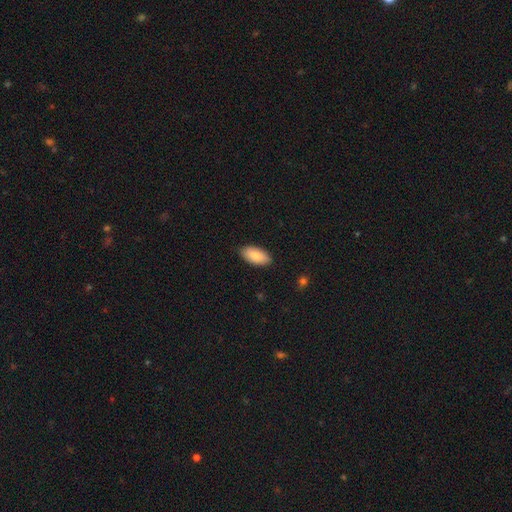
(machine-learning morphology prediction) The model was most divided on "merging": none: 86%, minor disturbance: 11%, major disturbance: 2%, merger: 1%. More confident: how rounded — in between (93%); smooth or featured — smooth (85%).